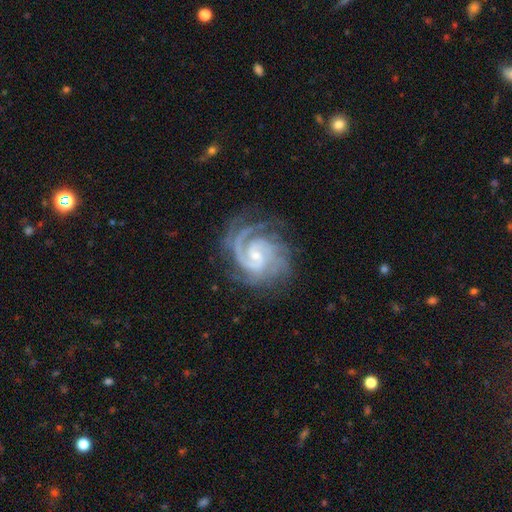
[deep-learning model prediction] The model was most divided on "bar": no: 48%, weak: 41%, strong: 12%. Remaining: spiral arms — yes (99%); edge-on disk — no (98%); smooth or featured — featured or disk (92%); merging — none (73%); bulge size — small (69%); spiral winding — tight (65%); spiral arm count — 2 (41%).